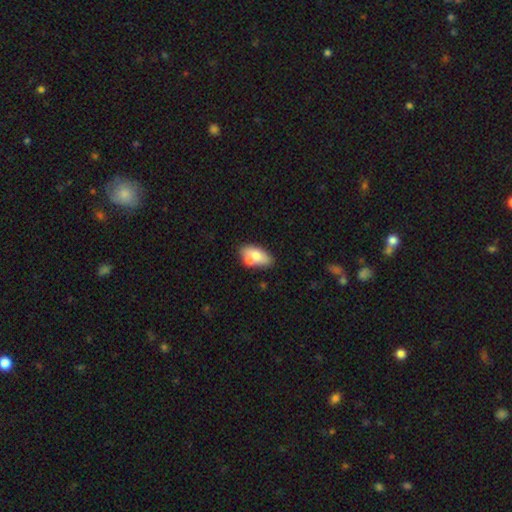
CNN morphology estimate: type=smooth (70%); roundness=in between (87%); merging=none (58%).